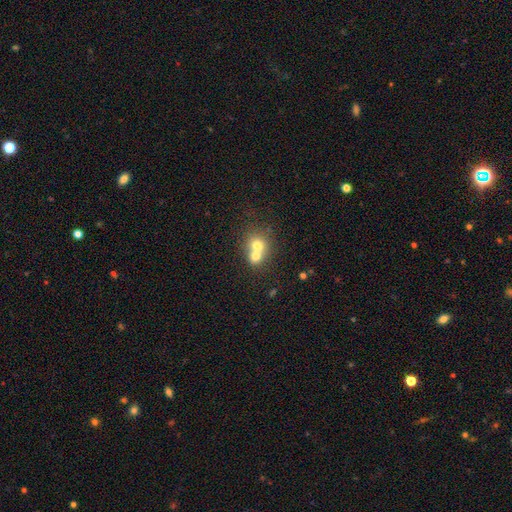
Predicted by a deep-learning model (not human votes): Morphology: type=smooth (69%); roundness=round (70%); merging=merger (70%).